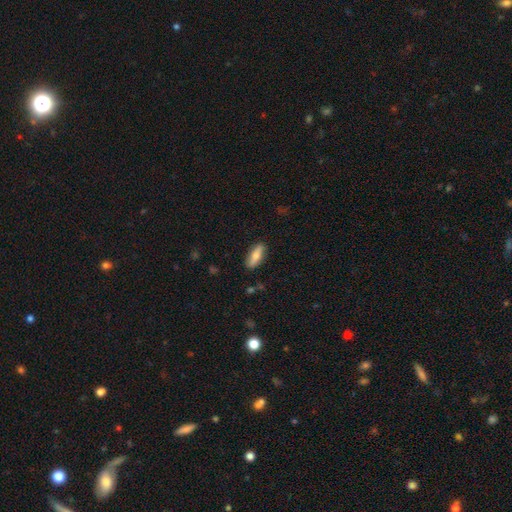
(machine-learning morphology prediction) Smooth or featured?
  - smooth: 68% *
  - featured or disk: 26%
  - star or artifact: 6%
How rounded?
  - in between: 63% *
  - cigar-shaped: 34%
  - round: 3%
Merging?
  - none: 85% *
  - minor disturbance: 11%
  - major disturbance: 2%
  - merger: 1%